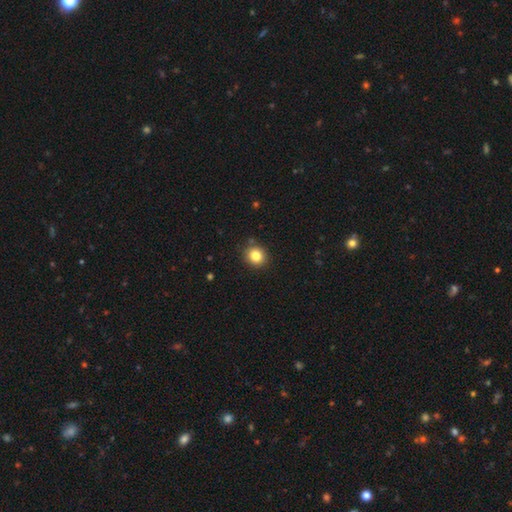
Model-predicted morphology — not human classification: Q: Smooth or featured?
A: smooth (82%); runner-up: star or artifact (11%)
Q: How rounded?
A: round (82%); runner-up: in between (17%)
Q: Merging?
A: none (87%); runner-up: minor disturbance (9%)